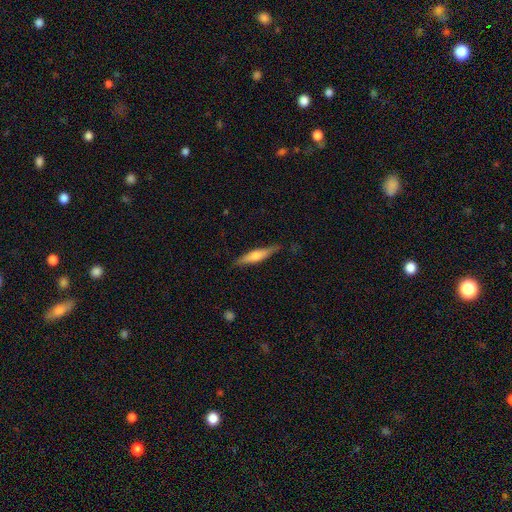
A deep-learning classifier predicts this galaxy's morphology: A smooth galaxy with no disk features (50%) that is cigar-shaped (84%). Merging: none (83%).